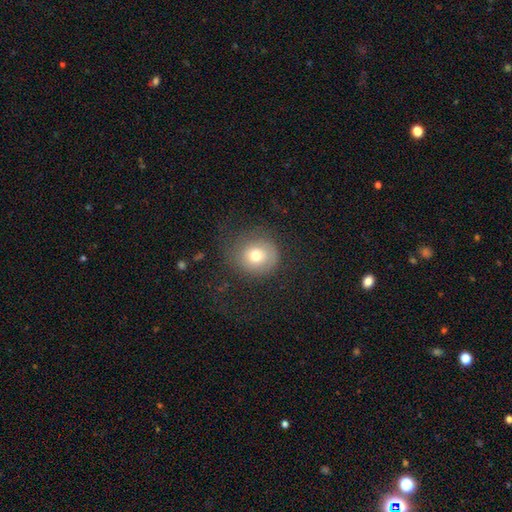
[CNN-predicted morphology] Smooth or featured? smooth (69%)
How rounded? round (87%)
Merging? none (68%)